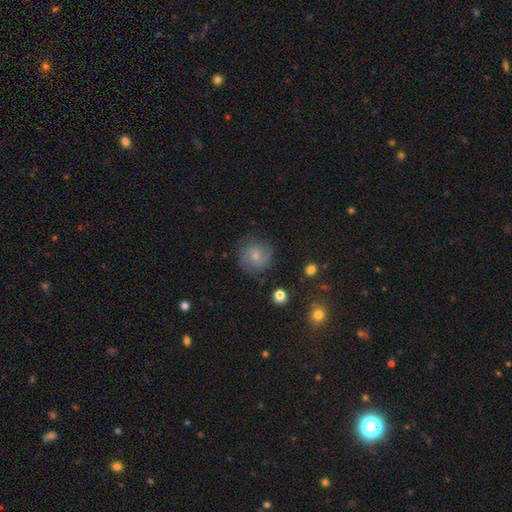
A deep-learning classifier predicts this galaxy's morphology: smooth 59%, featured or disk 31%, star or artifact 9%. Down the decision tree: how rounded — round (90%); merging — none (75%).